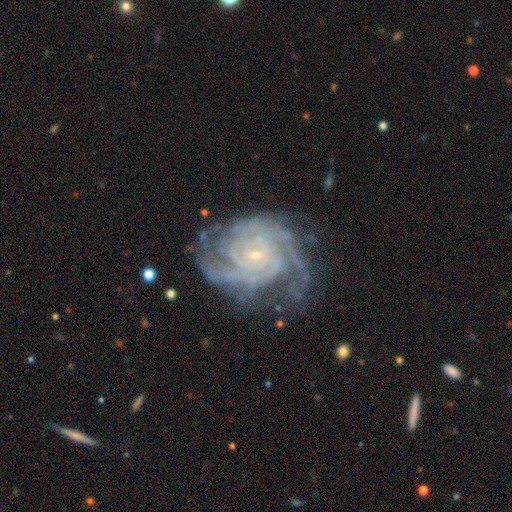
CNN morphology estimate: Smooth or featured? featured or disk (90%)
Edge-on disk? no (98%)
Bar? no (74%)
Spiral arms? yes (98%)
Spiral winding? tight (71%)
Spiral arm count? 4 (24%)
Bulge size? small (89%)
Merging? none (68%)